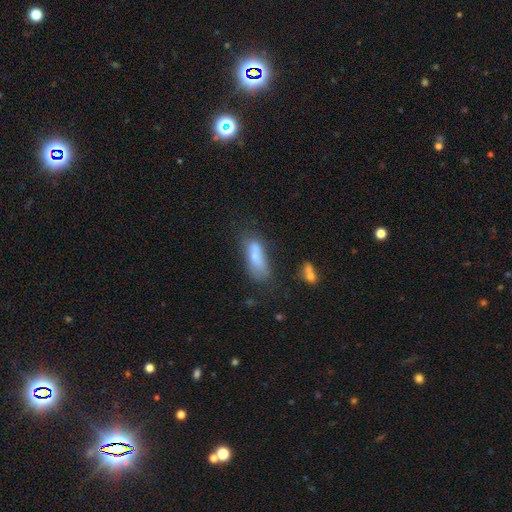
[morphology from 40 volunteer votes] Smooth or featured: smooth — 70% (featured or disk — 22%)
How rounded: in between — 89% (cigar-shaped — 11%)
Merging: none — 30% (tied with minor disturbance — 30%)